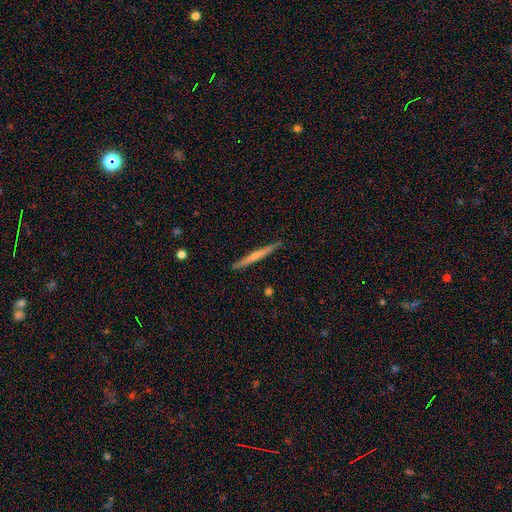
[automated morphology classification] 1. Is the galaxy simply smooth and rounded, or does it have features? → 59% featured or disk, 35% smooth, 6% star or artifact.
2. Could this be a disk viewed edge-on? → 98% yes, 2% no.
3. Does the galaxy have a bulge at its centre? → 62% rounded, 34% none, 4% boxy.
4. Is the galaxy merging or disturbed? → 91% none, 7% minor disturbance, 1% major disturbance, 1% merger.